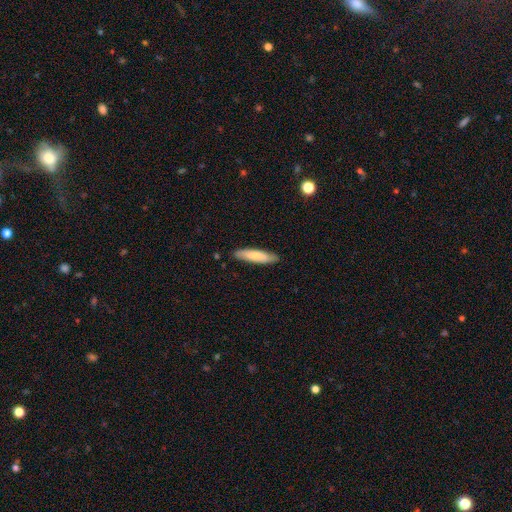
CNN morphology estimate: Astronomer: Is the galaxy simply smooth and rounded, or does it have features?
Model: smooth — 75%.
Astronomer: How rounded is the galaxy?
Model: cigar-shaped — 75%.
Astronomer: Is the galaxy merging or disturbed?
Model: none — 87%.